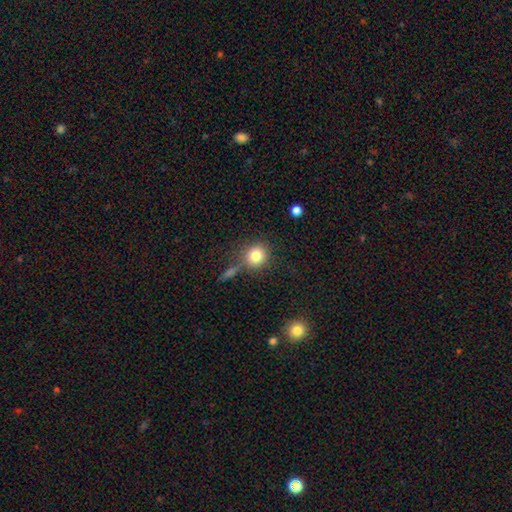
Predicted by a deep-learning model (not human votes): Smooth or featured? smooth (81%)
How rounded? round (86%)
Merging? none (71%)